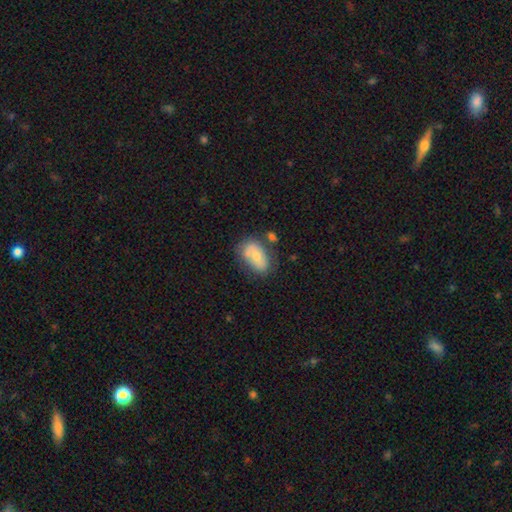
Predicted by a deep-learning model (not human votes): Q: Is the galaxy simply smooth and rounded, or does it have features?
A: smooth — 58%.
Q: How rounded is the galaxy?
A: in between — 90%.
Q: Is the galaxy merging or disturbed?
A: none — 57%.